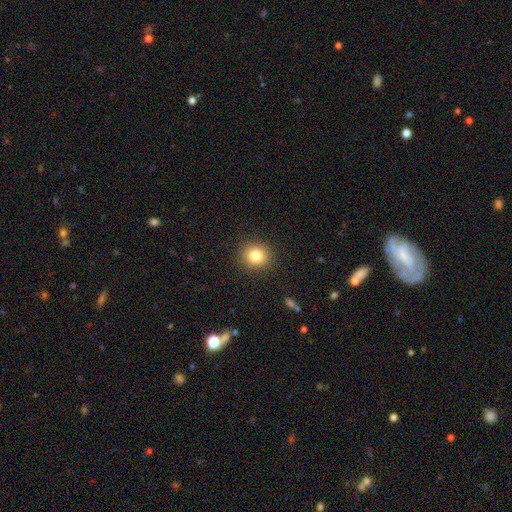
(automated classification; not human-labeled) Overall: smooth (82%). How rounded: round (88%). Merging: none (90%).